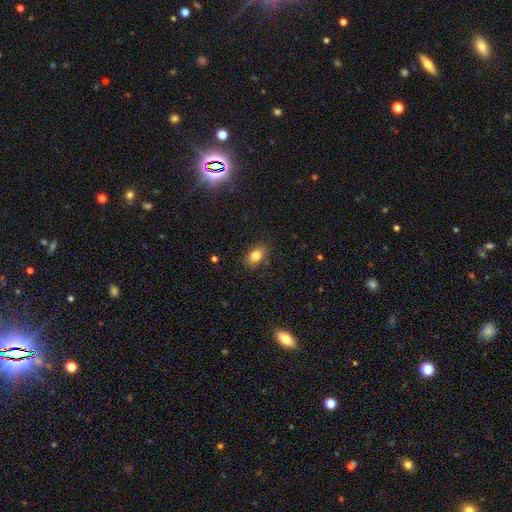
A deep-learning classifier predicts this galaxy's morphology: Smooth or featured? Predicted: smooth (p=0.82). How rounded? Predicted: in between (p=0.80). Merging? Predicted: none (p=0.84).